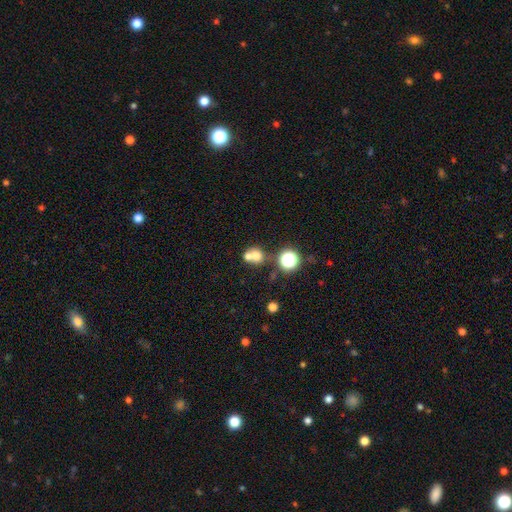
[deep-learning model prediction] Q: Smooth or featured?
A: smooth (69%); runner-up: star or artifact (16%)
Q: How rounded?
A: round (80%); runner-up: in between (19%)
Q: Merging?
A: merger (52%); runner-up: none (38%)